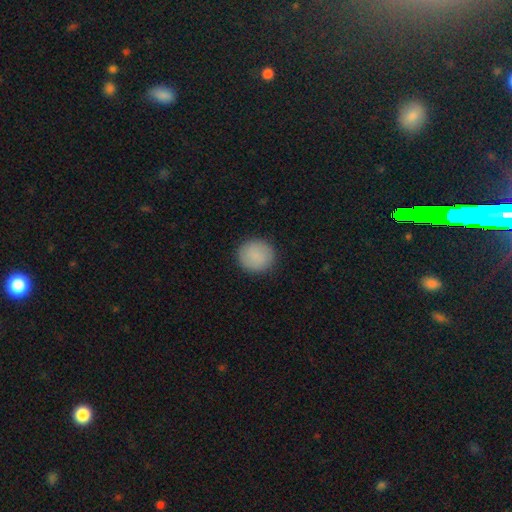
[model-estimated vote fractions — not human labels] A smooth galaxy with no disk features (88%) that is round (93%).

Vote fractions:
- Smooth or featured? smooth: 88% / star or artifact: 7% / featured or disk: 5%
- How rounded? round: 93% / in between: 6% / cigar-shaped: 1%
- Merging? none: 90% / minor disturbance: 7% / major disturbance: 2% / merger: 1%